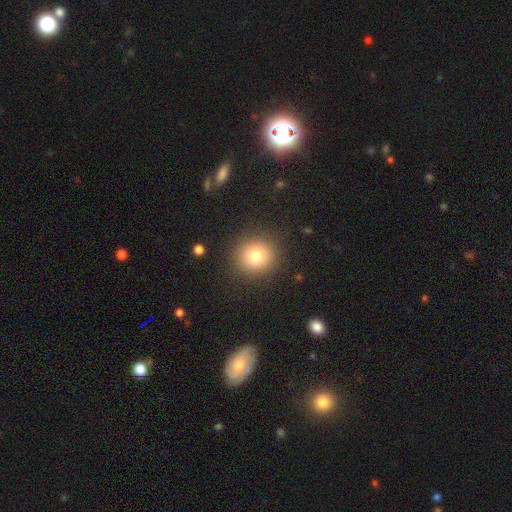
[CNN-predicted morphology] Q: Smooth or featured?
A: smooth (77%); runner-up: star or artifact (13%)
Q: How rounded?
A: round (92%); runner-up: in between (7%)
Q: Merging?
A: none (89%); runner-up: minor disturbance (7%)